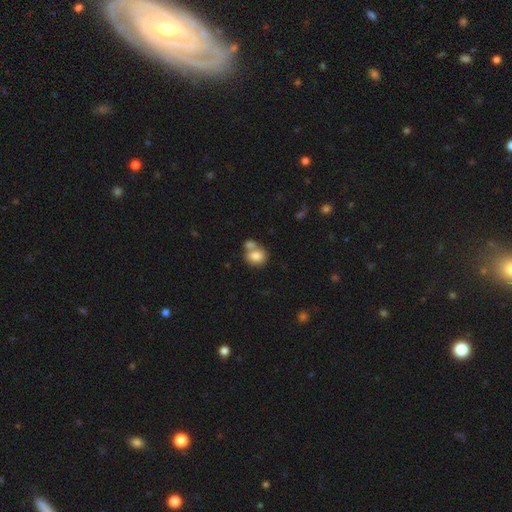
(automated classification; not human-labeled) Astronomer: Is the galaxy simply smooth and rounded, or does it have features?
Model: smooth — 81%.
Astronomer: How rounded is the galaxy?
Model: round — 67%.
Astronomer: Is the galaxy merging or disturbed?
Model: merger — 45% (runner-up: none, 41%).